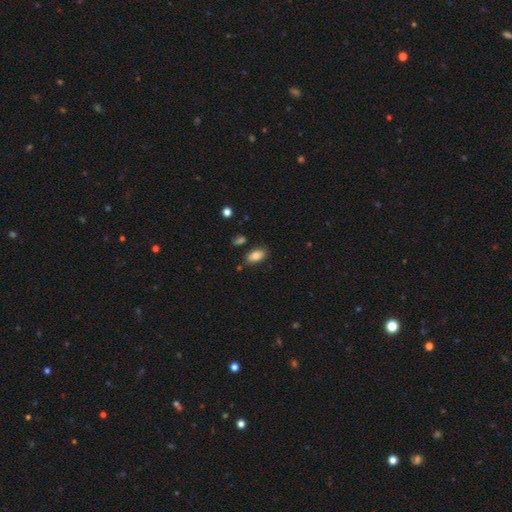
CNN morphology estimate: Overall: smooth (82%). How rounded: in between (92%). Merging: none (81%).